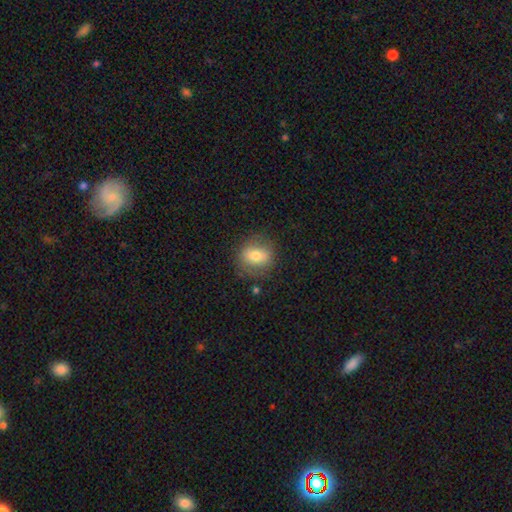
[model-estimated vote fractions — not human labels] A smooth galaxy with no disk features (71%) that is round (64%). Merging: none (79%).